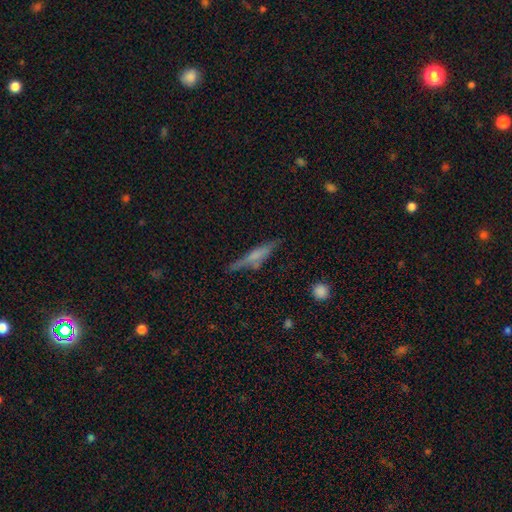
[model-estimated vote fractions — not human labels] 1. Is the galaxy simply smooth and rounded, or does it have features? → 50% featured or disk, 41% smooth, 9% star or artifact.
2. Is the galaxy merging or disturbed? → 74% none, 16% minor disturbance, 5% merger, 5% major disturbance.